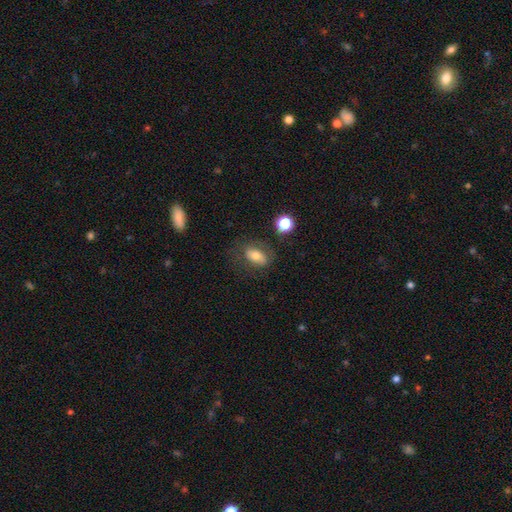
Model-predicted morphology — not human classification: Smooth or featured? Predicted: smooth (p=0.68). How rounded? Predicted: in between (p=0.84). Merging? Predicted: none (p=0.69).